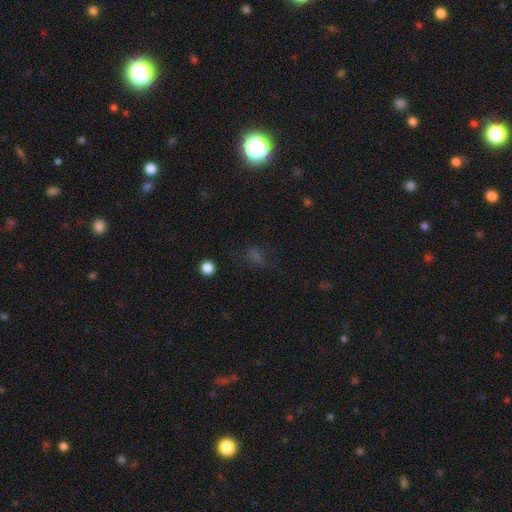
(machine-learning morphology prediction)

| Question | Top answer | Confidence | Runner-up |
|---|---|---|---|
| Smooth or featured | smooth | 44% | star or artifact (41%) |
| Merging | none | 64% | minor disturbance (18%) |